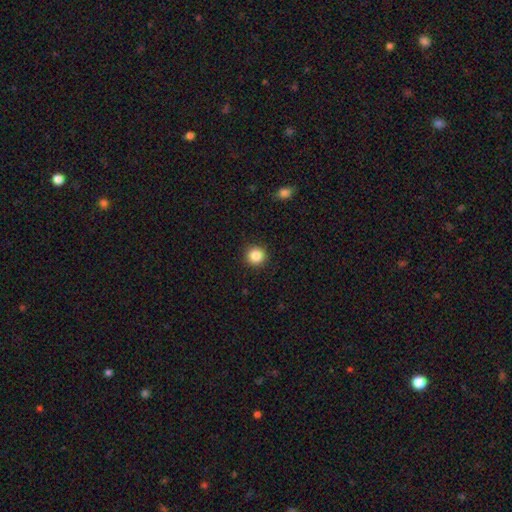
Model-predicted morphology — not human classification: A smooth galaxy with no disk features (86%) that is round (95%).

Vote fractions:
- Smooth or featured? smooth: 86% / star or artifact: 10% / featured or disk: 4%
- How rounded? round: 95% / in between: 4% / cigar-shaped: 1%
- Merging? none: 92% / minor disturbance: 5% / major disturbance: 2% / merger: 1%